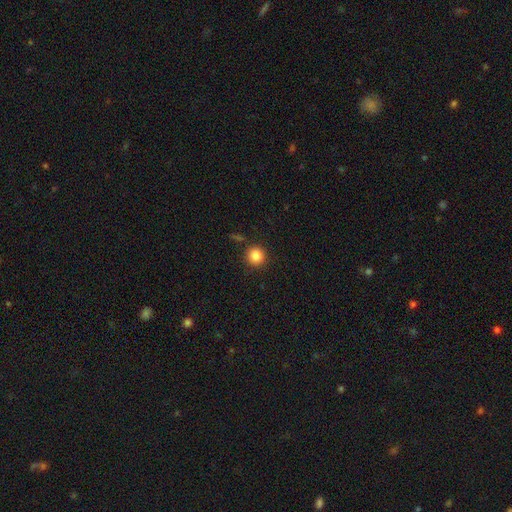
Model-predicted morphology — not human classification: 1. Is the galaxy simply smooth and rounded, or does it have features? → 85% smooth, 10% star or artifact, 4% featured or disk.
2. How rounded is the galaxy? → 94% round, 5% in between, 1% cigar-shaped.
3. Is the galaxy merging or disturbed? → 88% none, 7% minor disturbance, 3% merger, 2% major disturbance.